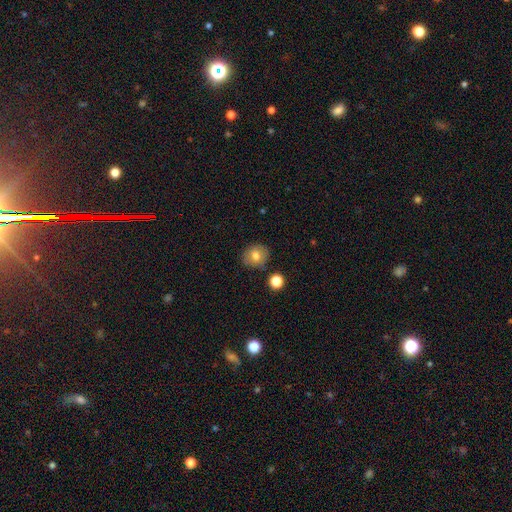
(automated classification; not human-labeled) This is likely a smooth galaxy (76%). How rounded: likely round (71%). Merging: clearly none (83%).